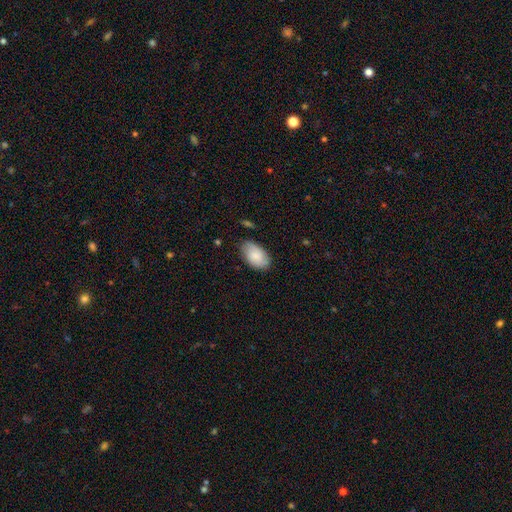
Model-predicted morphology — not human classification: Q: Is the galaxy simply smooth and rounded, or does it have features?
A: smooth — 78%.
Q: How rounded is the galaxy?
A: in between — 93%.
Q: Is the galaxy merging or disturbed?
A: none — 77%.